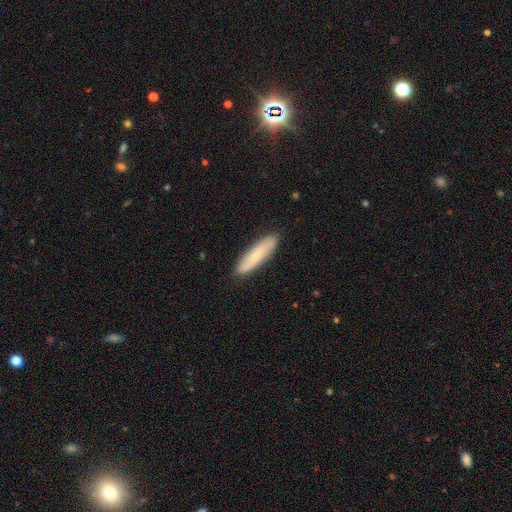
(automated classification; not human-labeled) Smooth or featured: smooth — 72% (featured or disk — 22%)
How rounded: cigar-shaped — 79% (in between — 19%)
Merging: none — 89% (minor disturbance — 8%)